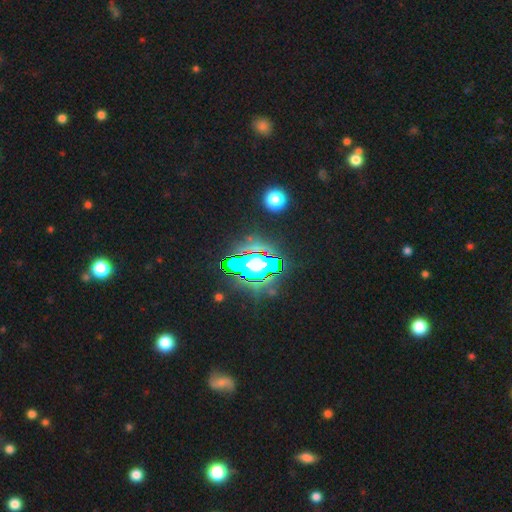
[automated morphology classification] Smooth or featured: star or artifact — 84% (smooth — 9%)